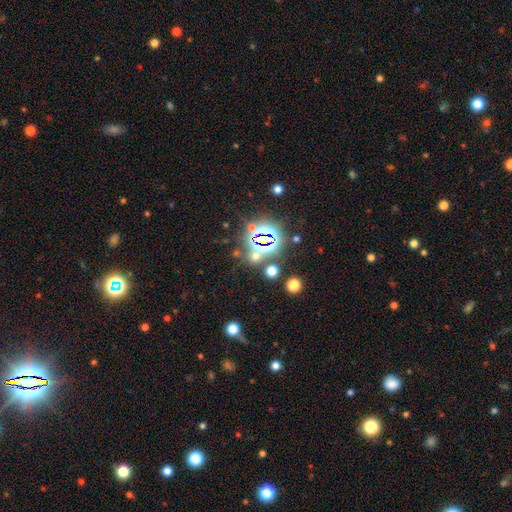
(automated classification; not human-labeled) Smooth or featured? Predicted: star or artifact (p=0.58).